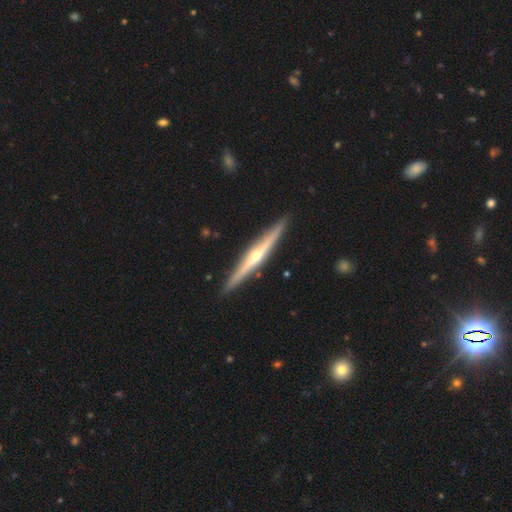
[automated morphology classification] Smooth or featured?
  - featured or disk: 81% *
  - smooth: 14%
  - star or artifact: 5%
Edge-on disk?
  - yes: 98% *
  - no: 2%
Edge-on bulge?
  - rounded: 87% *
  - none: 9%
  - boxy: 4%
Merging?
  - none: 92% *
  - minor disturbance: 6%
  - major disturbance: 1%
  - merger: 1%